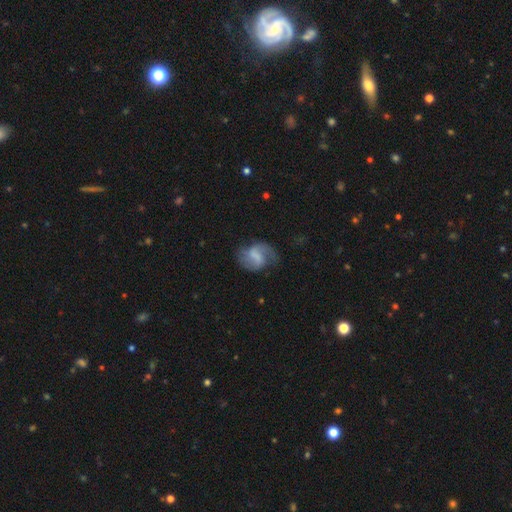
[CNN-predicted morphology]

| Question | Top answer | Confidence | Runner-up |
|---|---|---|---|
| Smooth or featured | featured or disk | 67% | smooth (25%) |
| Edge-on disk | no | 98% | yes (2%) |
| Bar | weak | 51% | strong (25%) |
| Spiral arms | yes | 89% | no (11%) |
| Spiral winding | medium | 44% | loose (41%) |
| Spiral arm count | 2 | 77% | 1 (11%) |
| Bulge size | none | 48% | small (23%) |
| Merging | none | 57% | minor disturbance (23%) |